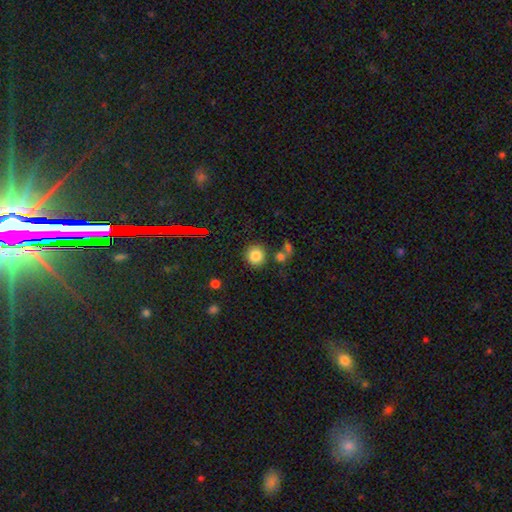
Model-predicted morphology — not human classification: Smooth or featured: smooth — 81% (star or artifact — 13%)
How rounded: round — 91% (in between — 8%)
Merging: none — 80% (minor disturbance — 9%)